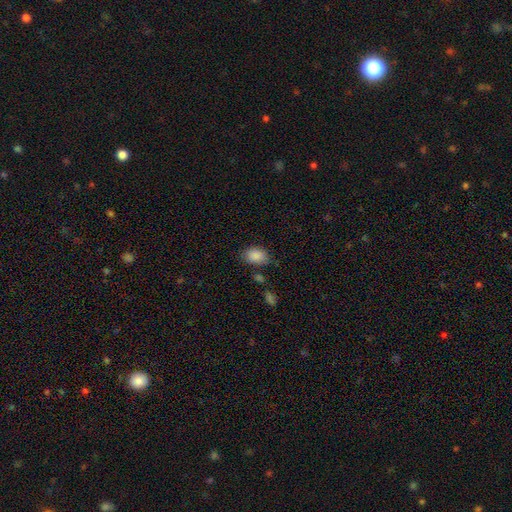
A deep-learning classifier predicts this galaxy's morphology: type=smooth (88%); roundness=in between (80%); merging=none (74%).